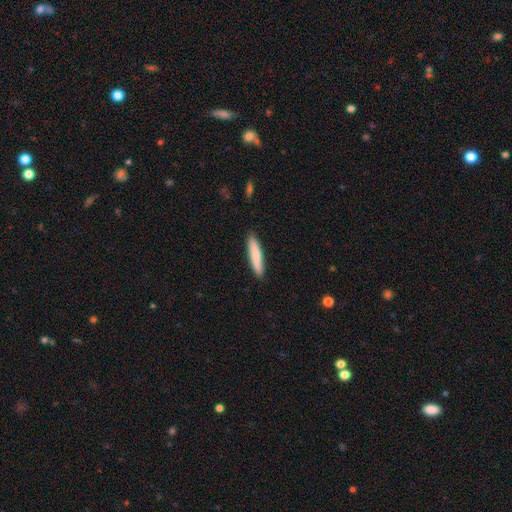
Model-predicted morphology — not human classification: Q: Smooth or featured?
A: smooth (79%); runner-up: featured or disk (15%)
Q: How rounded?
A: cigar-shaped (89%); runner-up: in between (10%)
Q: Merging?
A: none (90%); runner-up: minor disturbance (8%)